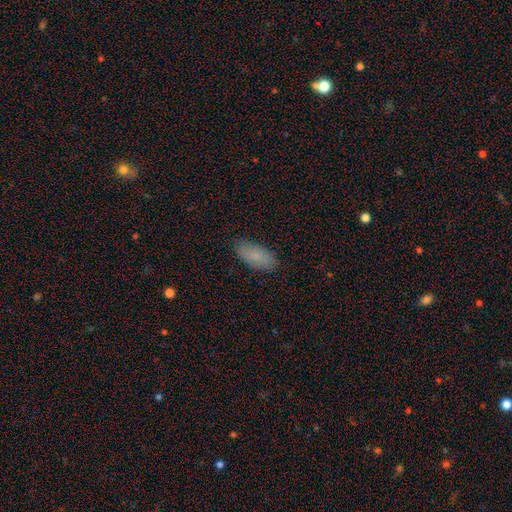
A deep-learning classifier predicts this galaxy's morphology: This is clearly a smooth galaxy (84%). How rounded: clearly in between (88%). Merging: clearly none (85%).